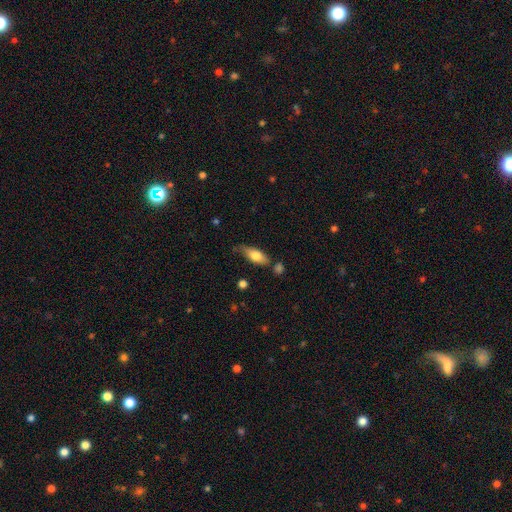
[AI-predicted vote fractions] Smooth or featured: smooth — 71% (featured or disk — 23%)
How rounded: in between — 73% (cigar-shaped — 24%)
Merging: none — 57% (minor disturbance — 29%)